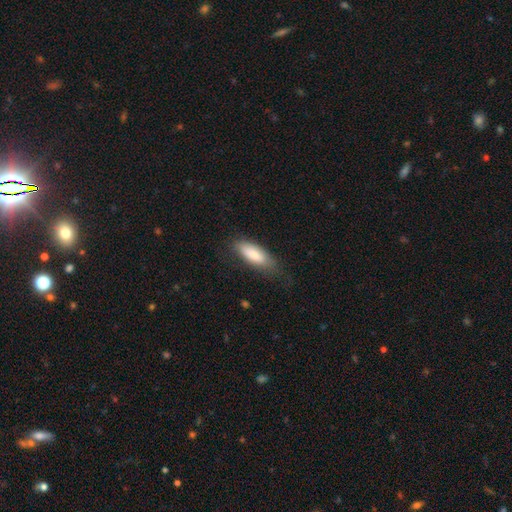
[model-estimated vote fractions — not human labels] smooth 80%, featured or disk 14%, star or artifact 6%. Down the decision tree: how rounded — in between (70%); merging — none (70%).